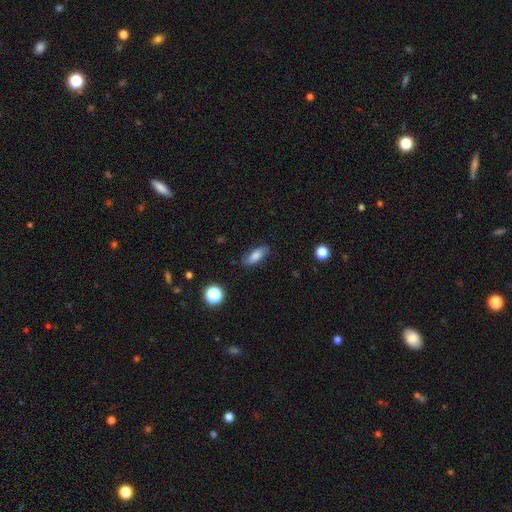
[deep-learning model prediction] smooth_or_featured: smooth (p=0.75) [alt: featured or disk p=0.15]
how_rounded: in between (p=0.70) [alt: cigar-shaped p=0.26]
merging: none (p=0.78) [alt: minor disturbance p=0.16]